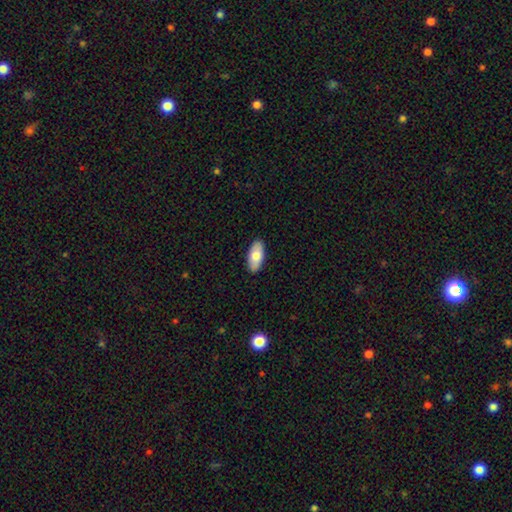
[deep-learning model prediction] smooth-or-featured: smooth: 75% | featured or disk: 19% | star or artifact: 6%
  how-rounded: in between: 91% | cigar-shaped: 6% | round: 2%
  merging: none: 89% | minor disturbance: 8% | major disturbance: 2% | merger: 1%